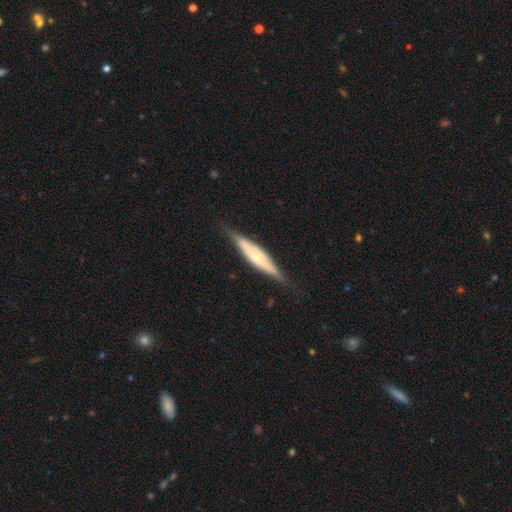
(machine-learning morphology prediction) type=featured or disk (64%); edge-on=yes (93%); edge-on bulge=rounded (58%); merging=none (83%).